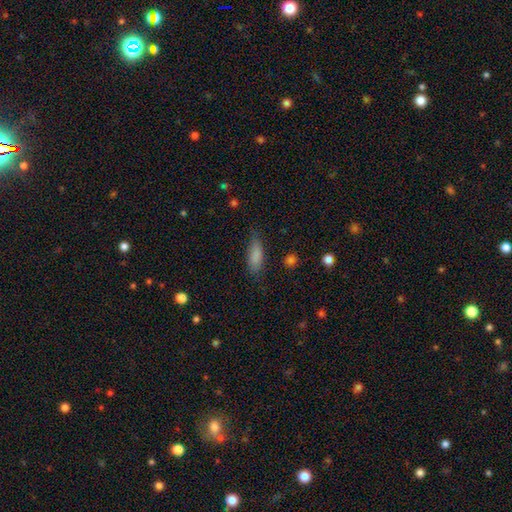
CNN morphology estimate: Overall: smooth (83%). How rounded: in between (68%; cigar-shaped 29%). Merging: none (68%).